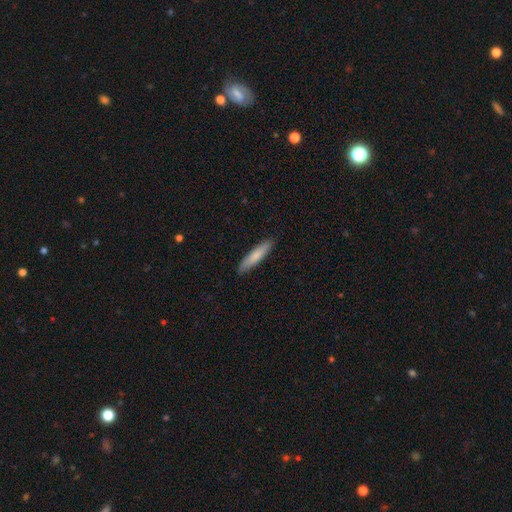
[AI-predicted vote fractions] This appears to be a smooth galaxy with no disk features (80%) that is cigar-shaped (85%). Merging: none (90%).